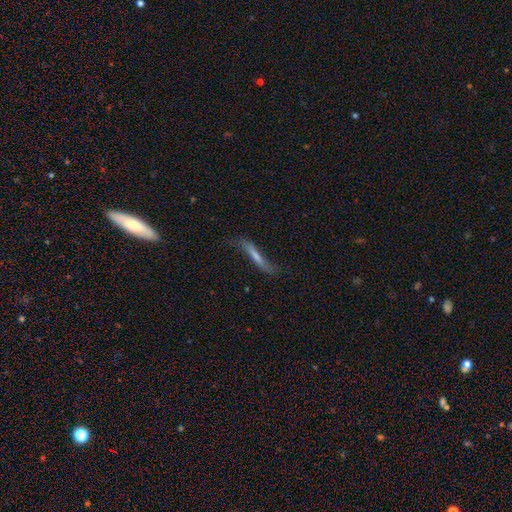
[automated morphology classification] Smooth or featured?
  - featured or disk: 55% *
  - smooth: 36%
  - star or artifact: 9%
Edge-on disk?
  - yes: 63% *
  - no: 37%
Merging?
  - none: 64% *
  - minor disturbance: 24%
  - major disturbance: 10%
  - merger: 3%